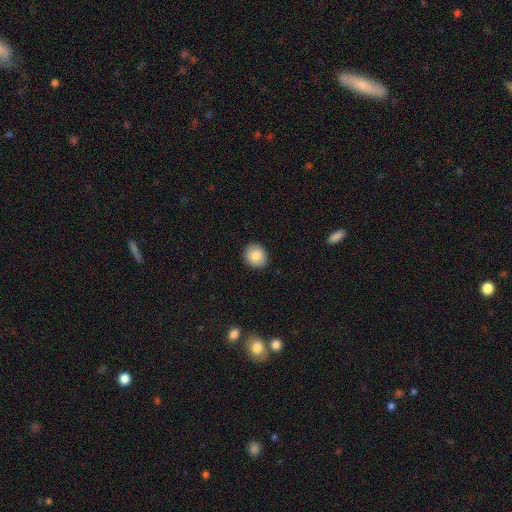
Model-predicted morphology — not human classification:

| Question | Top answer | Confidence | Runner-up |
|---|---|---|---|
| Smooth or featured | smooth | 86% | star or artifact (8%) |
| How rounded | round | 78% | in between (22%) |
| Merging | none | 91% | minor disturbance (7%) |